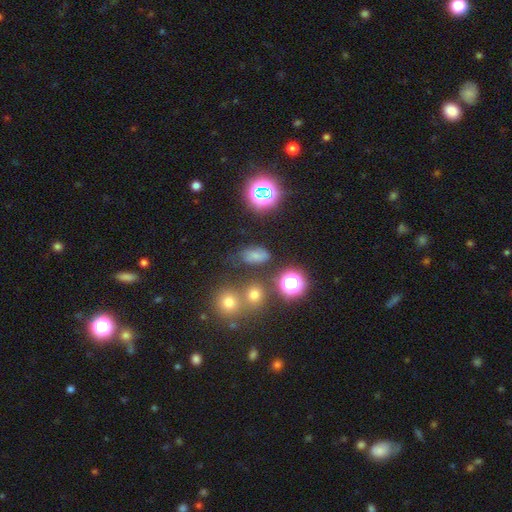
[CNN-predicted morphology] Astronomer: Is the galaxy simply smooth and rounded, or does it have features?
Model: smooth — 56%.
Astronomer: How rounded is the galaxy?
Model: in between — 79%.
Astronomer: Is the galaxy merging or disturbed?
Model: none — 63%.